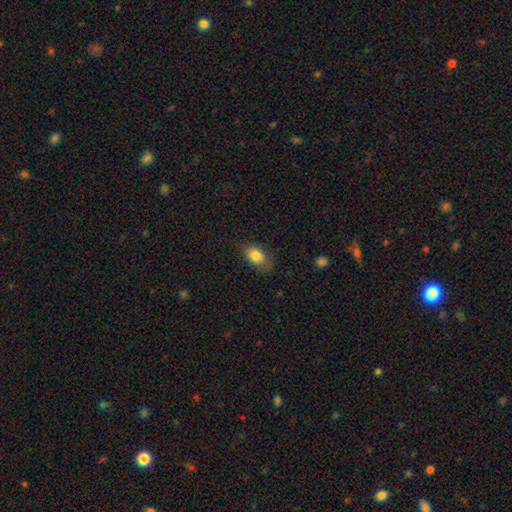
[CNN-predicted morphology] A smooth galaxy with no disk features (82%) that is in between round and cigar-shaped (84%).

Vote fractions:
- Smooth or featured? smooth: 82% / featured or disk: 9% / star or artifact: 8%
- How rounded? in between: 84% / round: 14% / cigar-shaped: 2%
- Merging? none: 72% / minor disturbance: 21% / major disturbance: 7% / merger: 1%